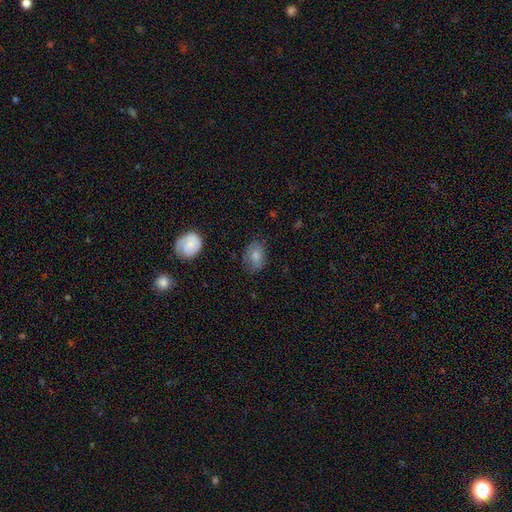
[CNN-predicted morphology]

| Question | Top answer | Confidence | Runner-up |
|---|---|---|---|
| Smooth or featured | smooth | 74% | featured or disk (17%) |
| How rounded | in between | 77% | round (22%) |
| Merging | none | 69% | minor disturbance (22%) |